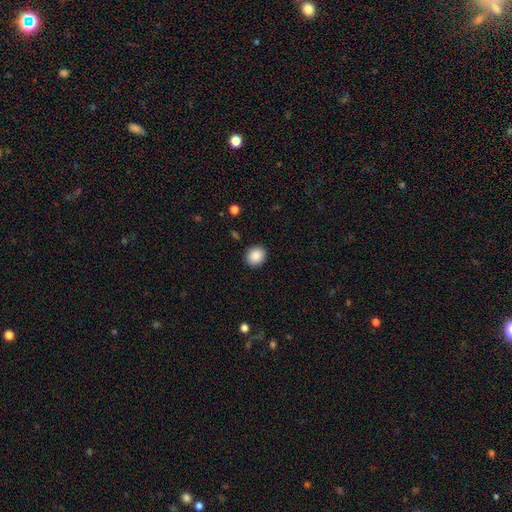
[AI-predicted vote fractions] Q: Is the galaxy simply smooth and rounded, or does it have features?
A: smooth — 89%.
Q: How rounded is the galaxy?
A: round — 79%.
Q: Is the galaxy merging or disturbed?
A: none — 91%.